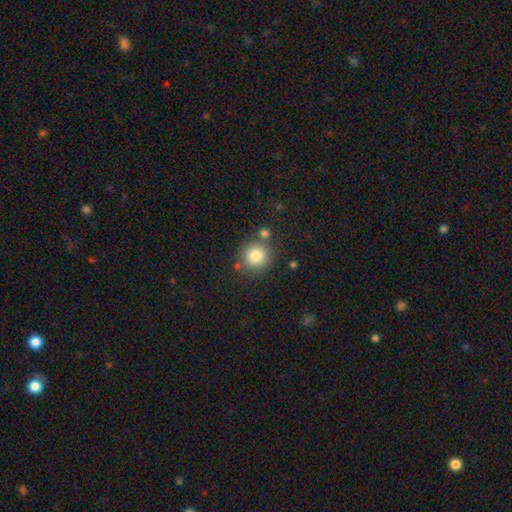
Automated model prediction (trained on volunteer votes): smooth-or-featured: smooth: 82% | star or artifact: 11% | featured or disk: 8%
  how-rounded: round: 93% | in between: 6% | cigar-shaped: 1%
  merging: none: 77% | merger: 11% | minor disturbance: 9% | major disturbance: 3%